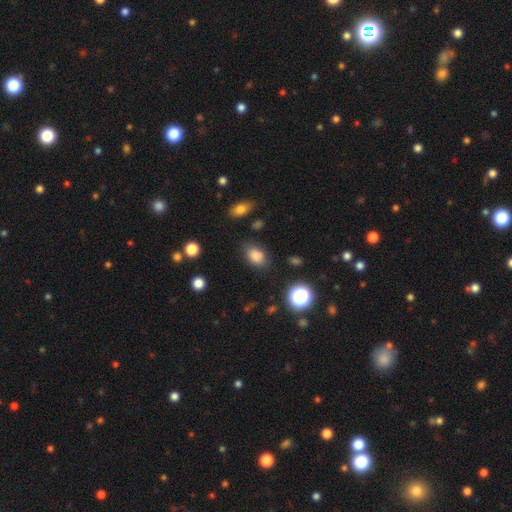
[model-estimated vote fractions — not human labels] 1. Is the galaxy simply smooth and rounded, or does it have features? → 82% smooth, 12% star or artifact, 6% featured or disk.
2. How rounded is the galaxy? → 83% in between, 15% round, 2% cigar-shaped.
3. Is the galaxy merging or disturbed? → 78% none, 15% minor disturbance, 5% major disturbance, 3% merger.